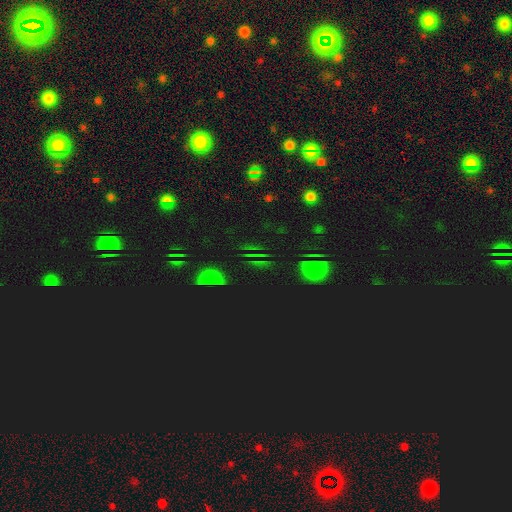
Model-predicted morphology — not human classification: A star or artifact, not a galaxy (78%).